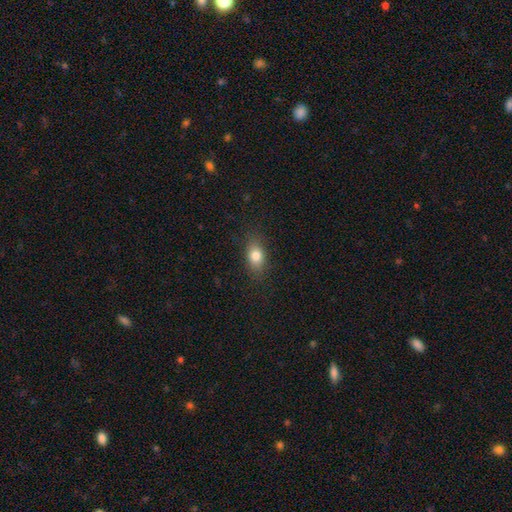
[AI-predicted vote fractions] Smooth or featured? Predicted: smooth (p=0.81). How rounded? Predicted: in between (p=0.77). Merging? Predicted: none (p=0.83).